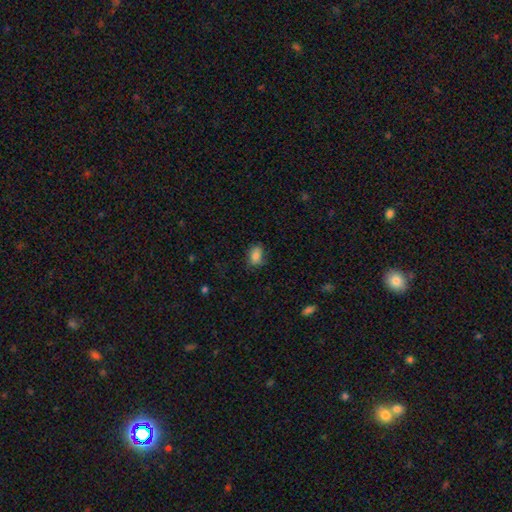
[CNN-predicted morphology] Smooth or featured: smooth — 81% (star or artifact — 9%)
How rounded: in between — 78% (round — 20%)
Merging: none — 69% (minor disturbance — 23%)